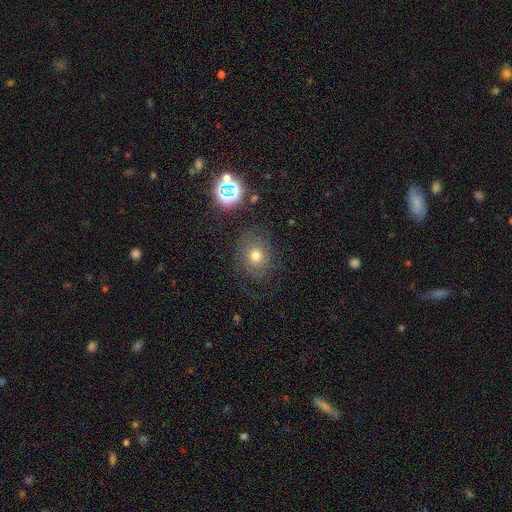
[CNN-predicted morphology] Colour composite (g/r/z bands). It shows a smooth galaxy with no disk features (52%) that is round (62%). Merging: none (68%).